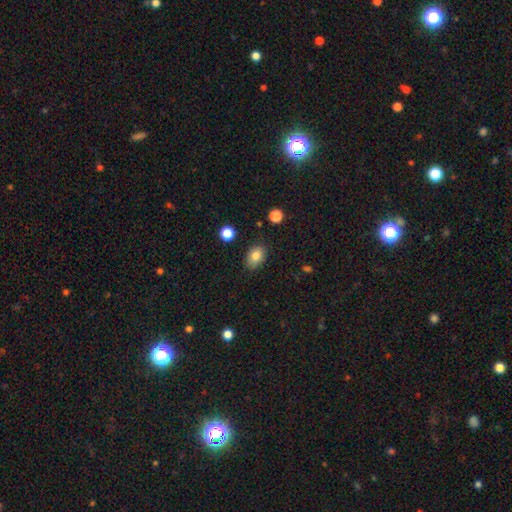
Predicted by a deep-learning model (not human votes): The model was most divided on "how rounded": in between: 81%, round: 17%, cigar-shaped: 1%. More confident: smooth or featured — smooth (84%); merging — none (81%).